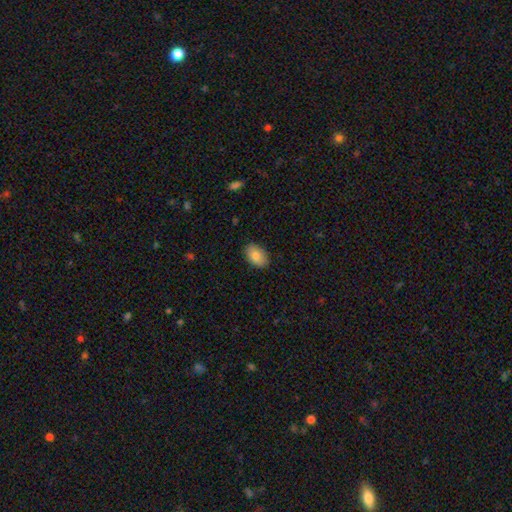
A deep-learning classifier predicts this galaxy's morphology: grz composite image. It shows a smooth galaxy with no disk features (83%) that is in between round and cigar-shaped (90%). Merging: none (85%).